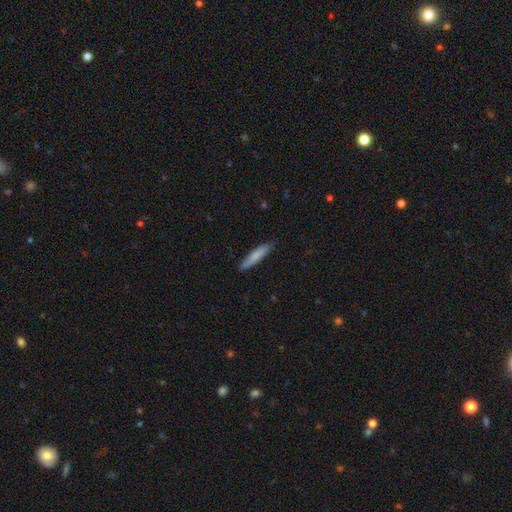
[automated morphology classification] Overall: smooth (80%). How rounded: cigar-shaped (86%). Merging: none (87%).